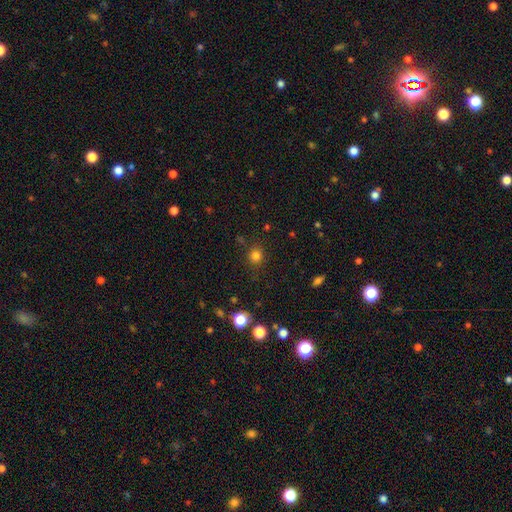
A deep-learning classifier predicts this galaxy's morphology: A smooth galaxy with no disk features (79%) that is round (88%).

Vote fractions:
- Smooth or featured? smooth: 79% / star or artifact: 16% / featured or disk: 5%
- How rounded? round: 88% / in between: 11% / cigar-shaped: 1%
- Merging? none: 85% / minor disturbance: 9% / major disturbance: 3% / merger: 2%